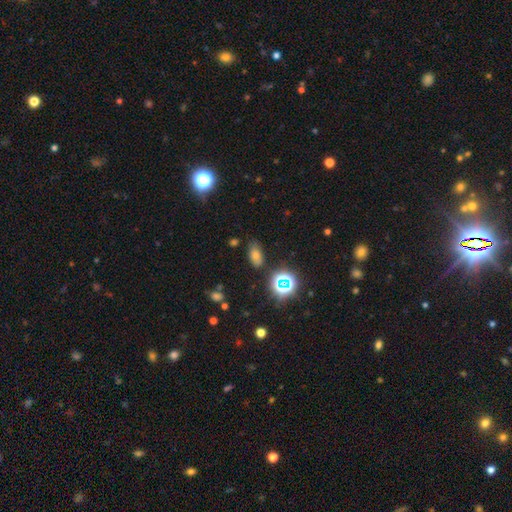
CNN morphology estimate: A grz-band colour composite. It shows a smooth galaxy with no disk features (56%) that is in between round and cigar-shaped (84%). Merging: none (79%).